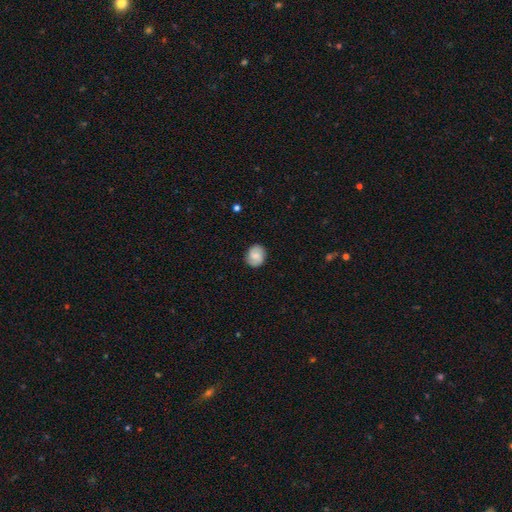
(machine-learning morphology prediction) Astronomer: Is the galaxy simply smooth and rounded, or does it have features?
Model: smooth — 63%.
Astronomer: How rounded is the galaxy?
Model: round — 68%.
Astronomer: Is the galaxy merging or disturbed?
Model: none — 85%.